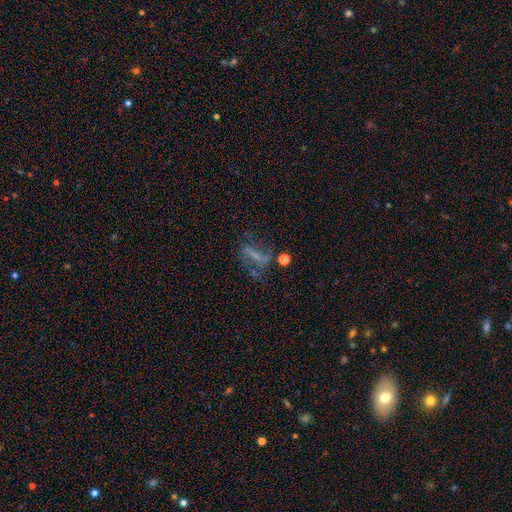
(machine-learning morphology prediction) Smooth or featured?
  - featured or disk: 45% *
  - smooth: 33%
  - star or artifact: 22%
Merging?
  - none: 41% *
  - major disturbance: 29%
  - minor disturbance: 19%
  - merger: 11%